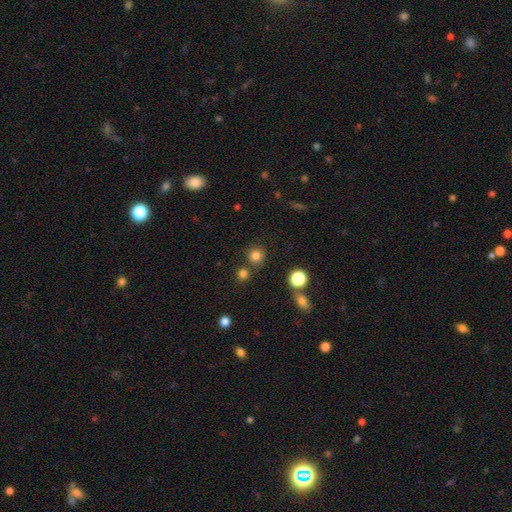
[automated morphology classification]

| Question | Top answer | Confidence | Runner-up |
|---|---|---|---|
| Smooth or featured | smooth | 79% | star or artifact (16%) |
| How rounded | round | 91% | in between (8%) |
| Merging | none | 78% | merger (11%) |